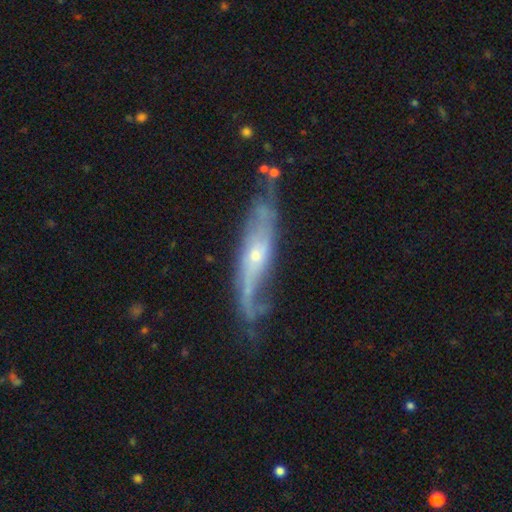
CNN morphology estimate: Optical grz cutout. It shows a featured or disk galaxy (77%). Merging: none (57%).